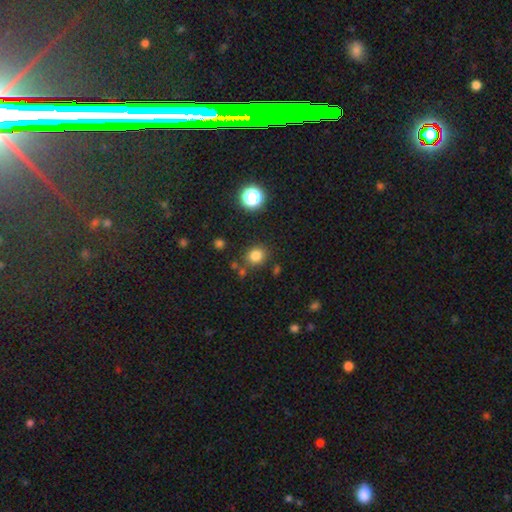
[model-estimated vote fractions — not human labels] Q: Smooth or featured?
A: smooth (80%); runner-up: star or artifact (14%)
Q: How rounded?
A: round (79%); runner-up: in between (21%)
Q: Merging?
A: none (81%); runner-up: minor disturbance (10%)